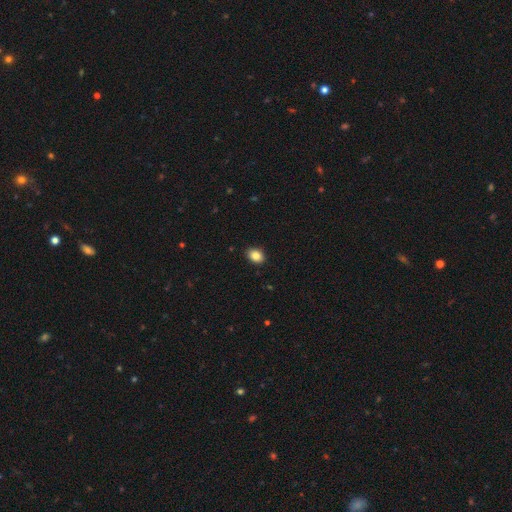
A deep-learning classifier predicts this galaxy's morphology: Smooth or featured?
  - smooth: 87% *
  - star or artifact: 9%
  - featured or disk: 5%
How rounded?
  - in between: 71% *
  - round: 28%
  - cigar-shaped: 1%
Merging?
  - none: 89% *
  - minor disturbance: 9%
  - major disturbance: 2%
  - merger: 1%